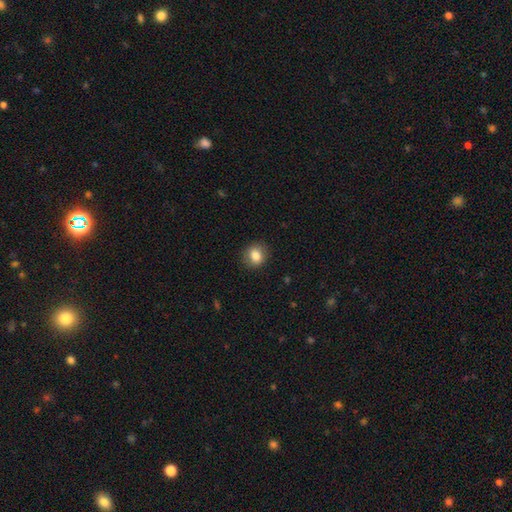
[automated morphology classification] smooth-or-featured: smooth: 83% | star or artifact: 9% | featured or disk: 8%
  how-rounded: round: 68% | in between: 31% | cigar-shaped: 1%
  merging: none: 86% | minor disturbance: 10% | major disturbance: 3% | merger: 1%